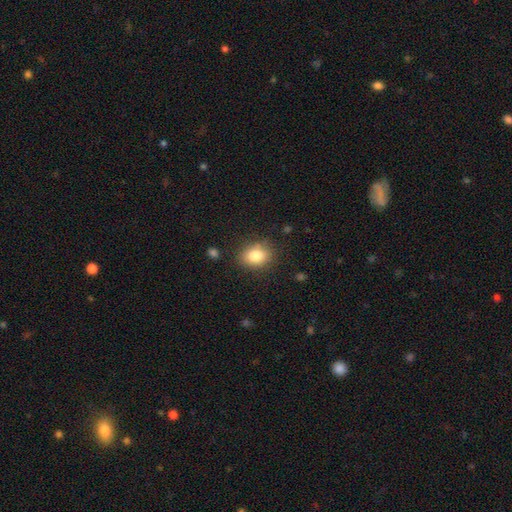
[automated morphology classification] smooth_or_featured: smooth (p=0.82) [alt: star or artifact p=0.09]
how_rounded: in between (p=0.60) [alt: round p=0.39]
merging: none (p=0.83) [alt: minor disturbance p=0.12]